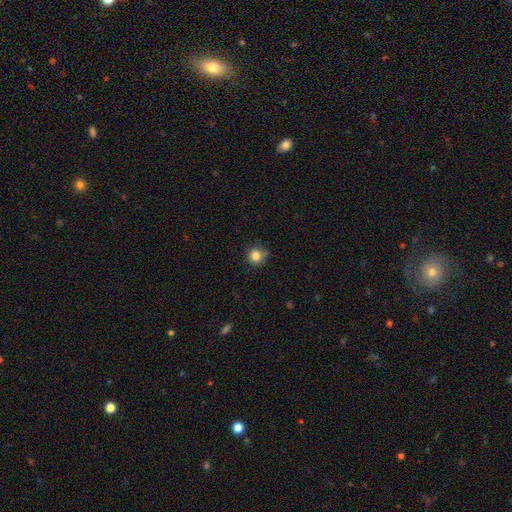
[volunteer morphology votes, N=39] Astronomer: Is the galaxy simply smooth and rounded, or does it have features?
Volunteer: smooth — 95%.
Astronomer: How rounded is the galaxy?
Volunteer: round — 81%.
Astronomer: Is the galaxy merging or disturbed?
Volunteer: none — 59%.